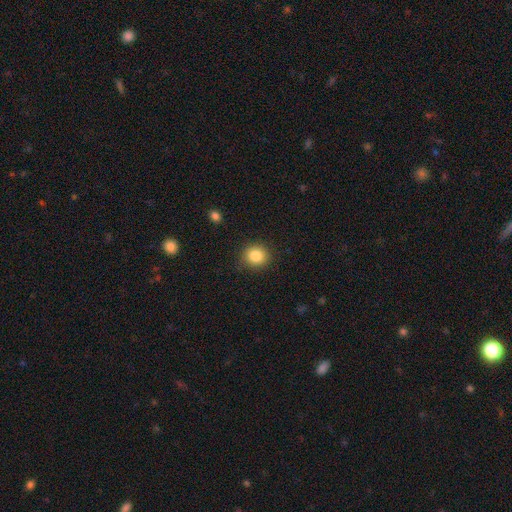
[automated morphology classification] Overall: smooth (84%). How rounded: round (86%). Merging: none (87%).